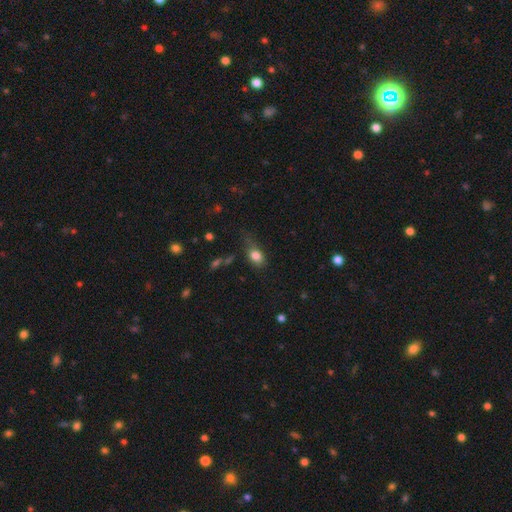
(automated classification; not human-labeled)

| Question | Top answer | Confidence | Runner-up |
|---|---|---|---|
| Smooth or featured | smooth | 81% | star or artifact (10%) |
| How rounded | in between | 71% | round (27%) |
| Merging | none | 50% | minor disturbance (31%) |